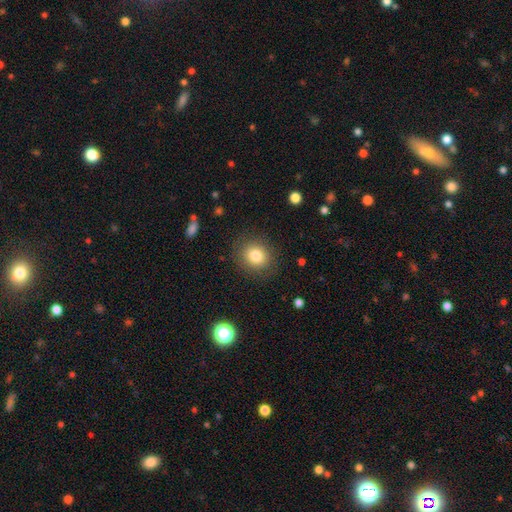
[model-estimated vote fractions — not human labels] This is clearly a smooth galaxy (81%). How rounded: likely round (78%). Merging: clearly none (86%).